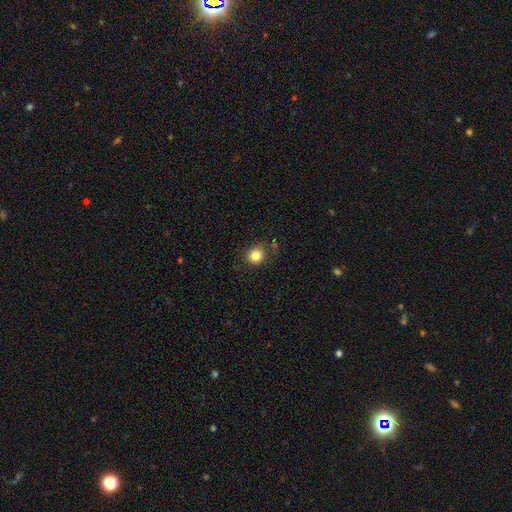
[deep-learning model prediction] Smooth or featured? Predicted: smooth (p=0.83). How rounded? Predicted: round (p=0.80). Merging? Predicted: none (p=0.79).